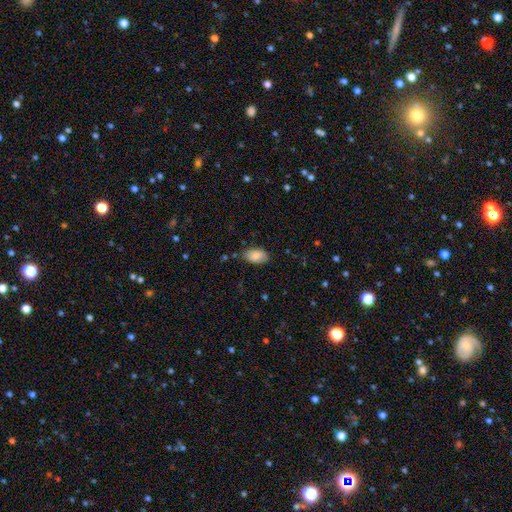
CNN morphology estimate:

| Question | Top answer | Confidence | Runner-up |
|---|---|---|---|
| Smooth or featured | smooth | 86% | featured or disk (7%) |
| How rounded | in between | 93% | round (5%) |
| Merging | none | 80% | minor disturbance (16%) |